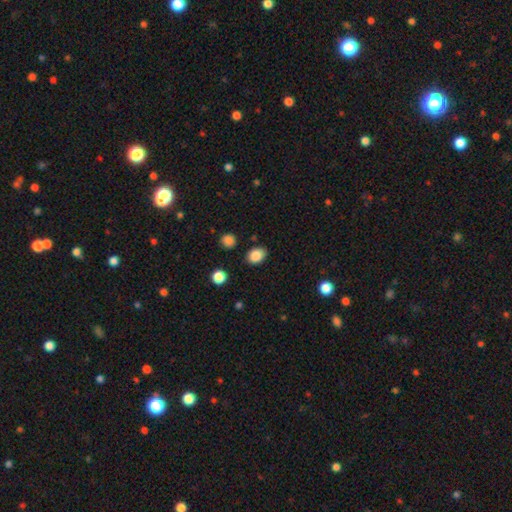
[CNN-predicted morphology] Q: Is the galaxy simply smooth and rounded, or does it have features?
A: smooth — 86%.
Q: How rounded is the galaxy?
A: in between — 68%.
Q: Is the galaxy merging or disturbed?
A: none — 82%.